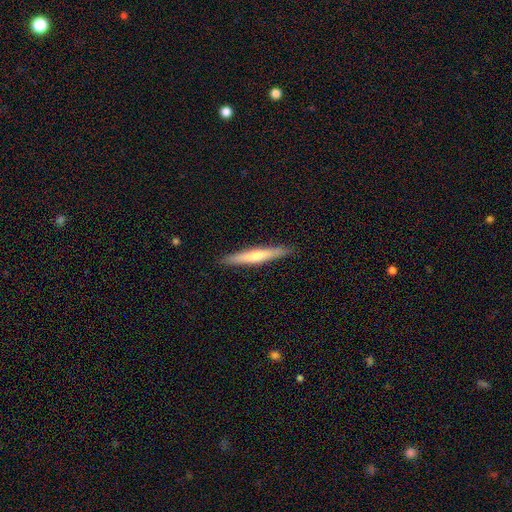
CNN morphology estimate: Smooth or featured? Predicted: smooth (p=0.52). How rounded? Predicted: cigar-shaped (p=0.95). Merging? Predicted: none (p=0.91).